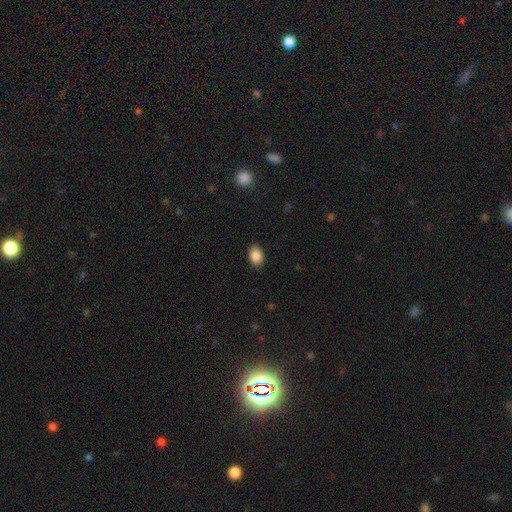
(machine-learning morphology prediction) Smooth or featured?
  - smooth: 88% *
  - star or artifact: 8%
  - featured or disk: 4%
How rounded?
  - in between: 84% *
  - round: 15%
  - cigar-shaped: 1%
Merging?
  - none: 88% *
  - minor disturbance: 9%
  - major disturbance: 2%
  - merger: 1%